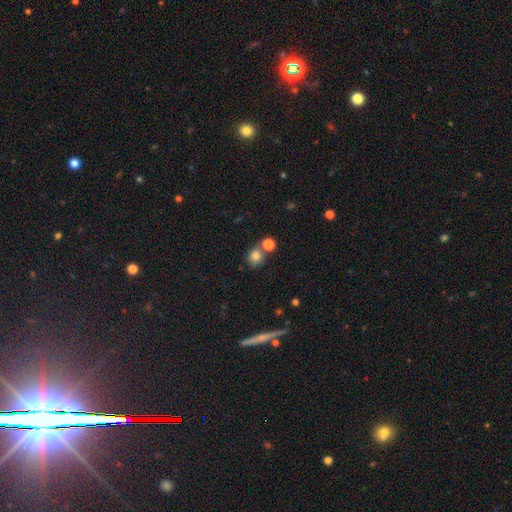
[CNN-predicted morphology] This appears to be a smooth galaxy with no disk features (79%) that is round (79%). Merging: none (57%).